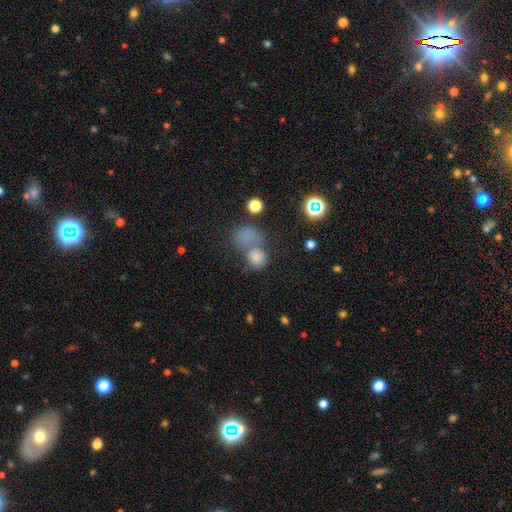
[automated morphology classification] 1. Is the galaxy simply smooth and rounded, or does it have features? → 68% smooth, 21% star or artifact, 11% featured or disk.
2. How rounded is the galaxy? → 73% round, 25% in between, 2% cigar-shaped.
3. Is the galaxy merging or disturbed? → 41% merger, 39% none, 10% minor disturbance, 10% major disturbance.